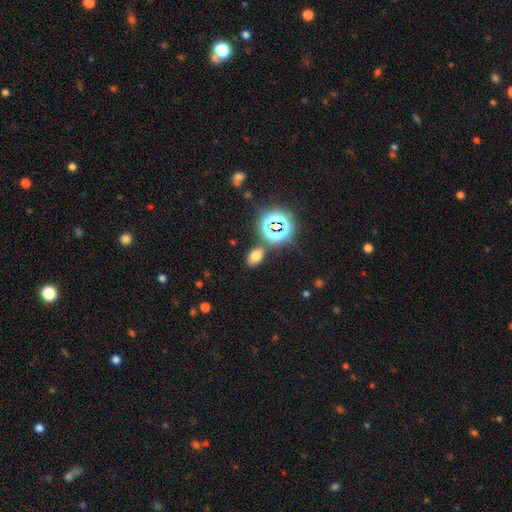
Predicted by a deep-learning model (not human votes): Smooth or featured?
  - smooth: 63% *
  - star or artifact: 28%
  - featured or disk: 8%
How rounded?
  - in between: 83% *
  - round: 15%
  - cigar-shaped: 2%
Merging?
  - none: 81% *
  - minor disturbance: 10%
  - merger: 6%
  - major disturbance: 3%